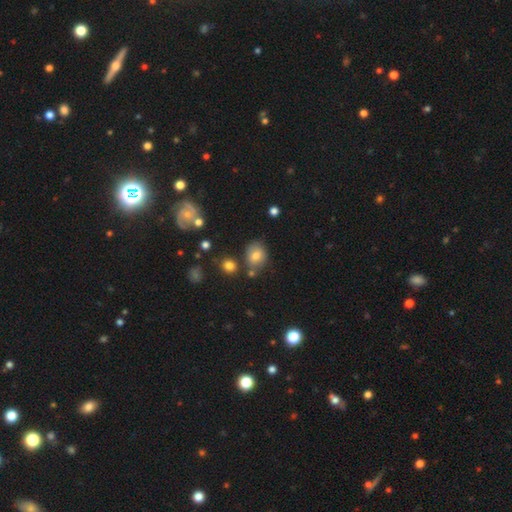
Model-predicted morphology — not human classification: Overall: smooth (72%). How rounded: in between (50%; round 49%). Merging: none (68%).